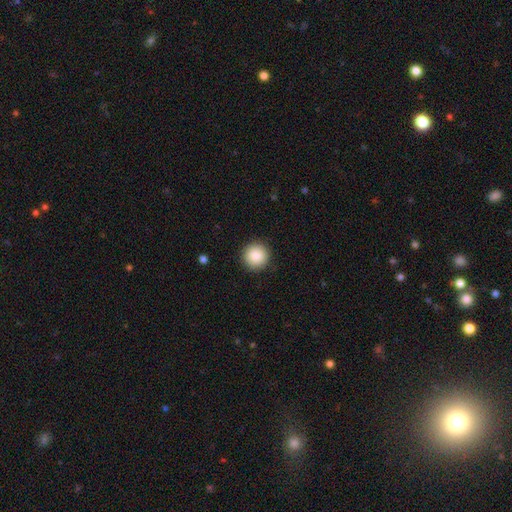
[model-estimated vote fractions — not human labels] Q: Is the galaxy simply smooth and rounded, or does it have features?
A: smooth — 88%.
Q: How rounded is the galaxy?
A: round — 95%.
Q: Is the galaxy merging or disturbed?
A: none — 92%.